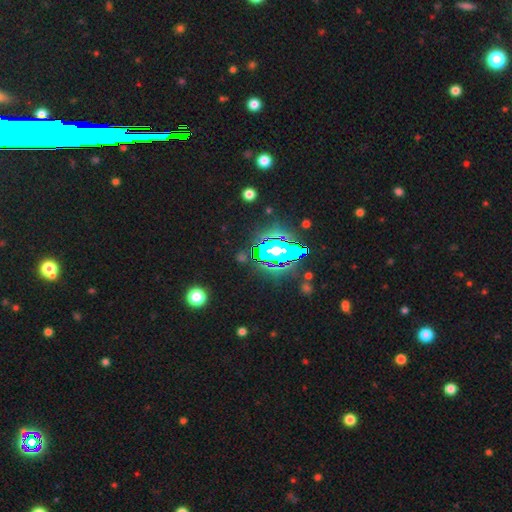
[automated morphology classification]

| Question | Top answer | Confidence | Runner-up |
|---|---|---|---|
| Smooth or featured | star or artifact | 81% | smooth (10%) |